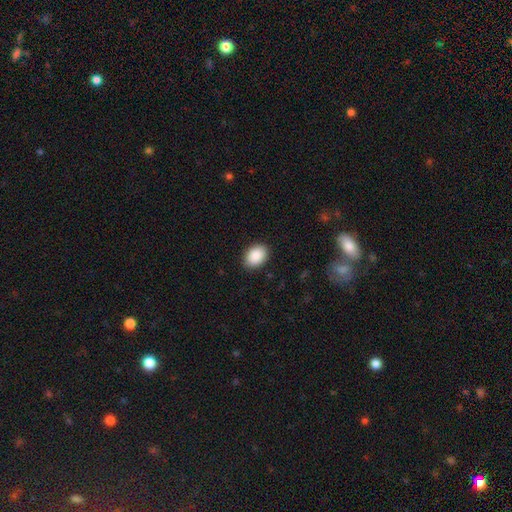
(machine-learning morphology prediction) Smooth or featured: smooth — 90% (star or artifact — 7%)
How rounded: in between — 79% (round — 20%)
Merging: none — 89% (minor disturbance — 8%)